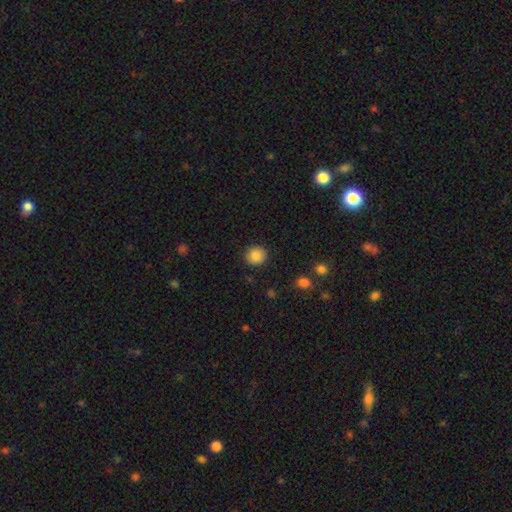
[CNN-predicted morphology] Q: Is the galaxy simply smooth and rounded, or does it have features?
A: smooth — 86%.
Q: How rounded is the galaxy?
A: round — 85%.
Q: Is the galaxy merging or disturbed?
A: none — 89%.